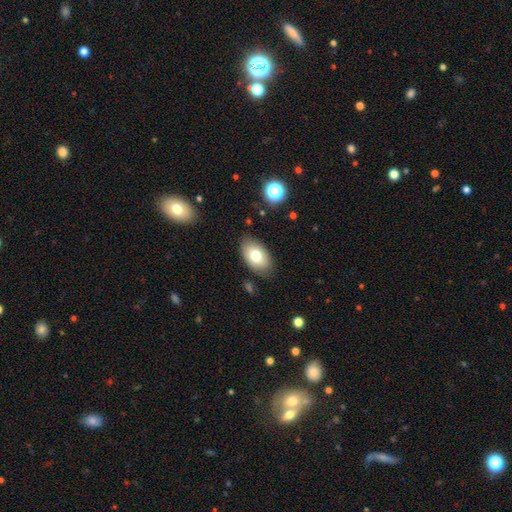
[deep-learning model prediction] A smooth galaxy with no disk features (76%) that is in between round and cigar-shaped (92%). Merging: none (84%).